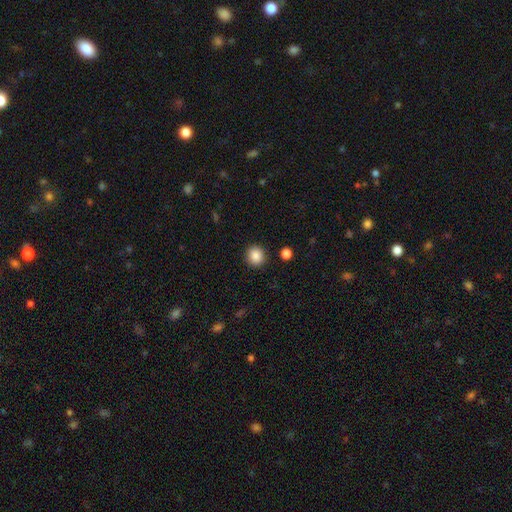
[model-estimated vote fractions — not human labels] Smooth or featured? smooth (87%)
How rounded? round (90%)
Merging? none (91%)